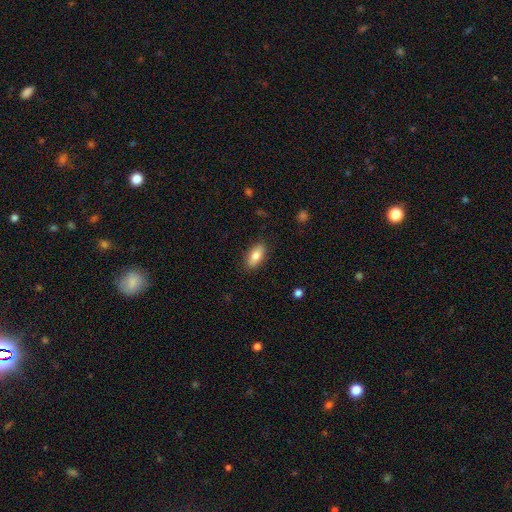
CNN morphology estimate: smooth 82%, featured or disk 11%, star or artifact 7%. Down the decision tree: how rounded — in between (87%); merging — none (87%).